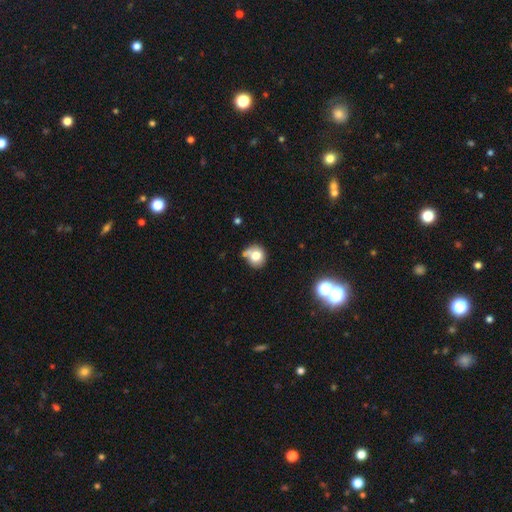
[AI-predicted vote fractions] Smooth or featured? smooth (76%)
How rounded? round (82%)
Merging? none (51%)